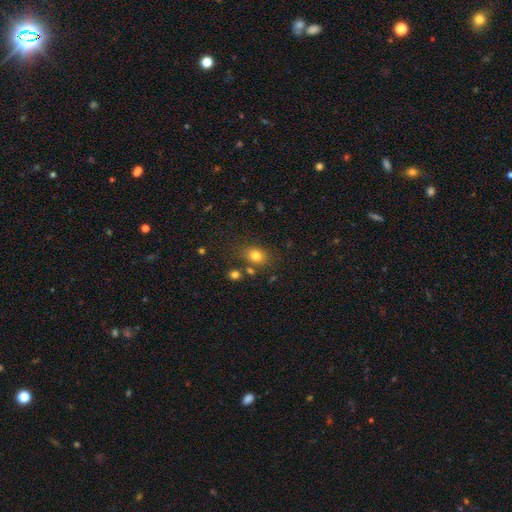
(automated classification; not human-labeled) smooth_or_featured: smooth (p=0.79) [alt: star or artifact p=0.13]
how_rounded: in between (p=0.56) [alt: round p=0.43]
merging: none (p=0.72) [alt: minor disturbance p=0.13]